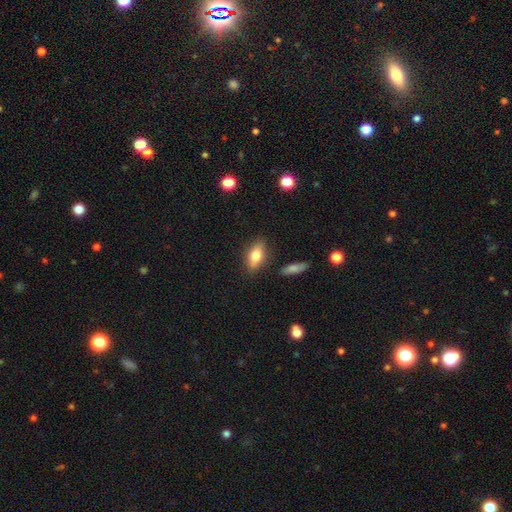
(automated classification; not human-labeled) smooth 70%, featured or disk 22%, star or artifact 8%. Down the decision tree: how rounded — in between (79%); merging — none (81%).